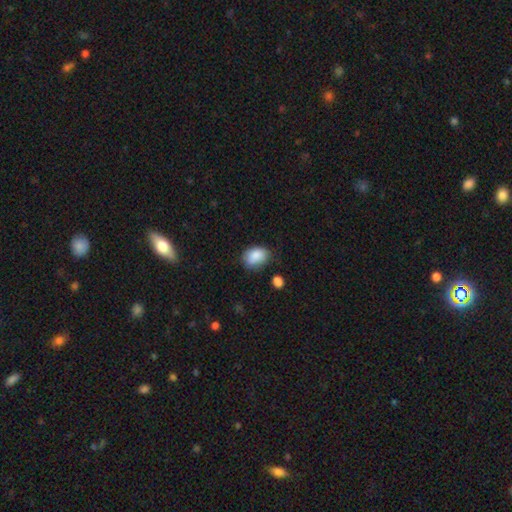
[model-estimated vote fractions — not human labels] This appears to be a smooth galaxy with no disk features (87%) that is in between round and cigar-shaped (77%). Merging: none (67%).